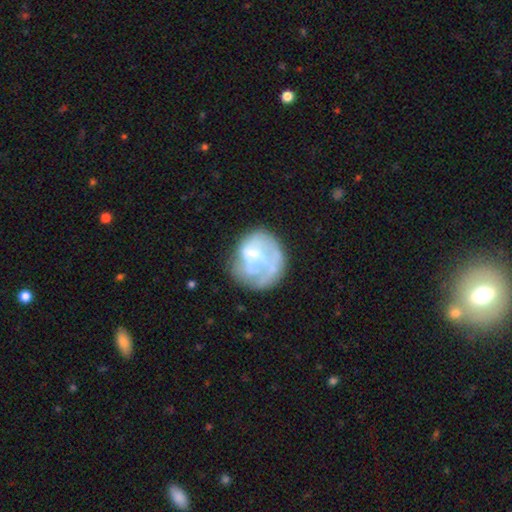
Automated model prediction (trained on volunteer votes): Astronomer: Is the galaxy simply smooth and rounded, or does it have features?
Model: featured or disk — 53% (runner-up: smooth, 39%).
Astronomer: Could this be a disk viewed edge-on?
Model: no — 98%.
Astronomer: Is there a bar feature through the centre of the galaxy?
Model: no — 57%.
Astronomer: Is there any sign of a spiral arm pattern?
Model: no — 65%.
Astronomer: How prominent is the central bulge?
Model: none — 33%, tied with small at 33%.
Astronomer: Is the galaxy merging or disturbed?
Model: none — 49% (runner-up: major disturbance, 24%).